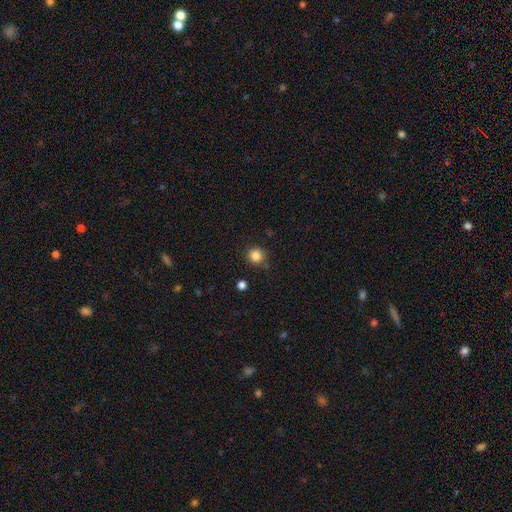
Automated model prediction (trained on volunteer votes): A smooth galaxy with no disk features (84%) that is round (93%). Merging: none (83%).